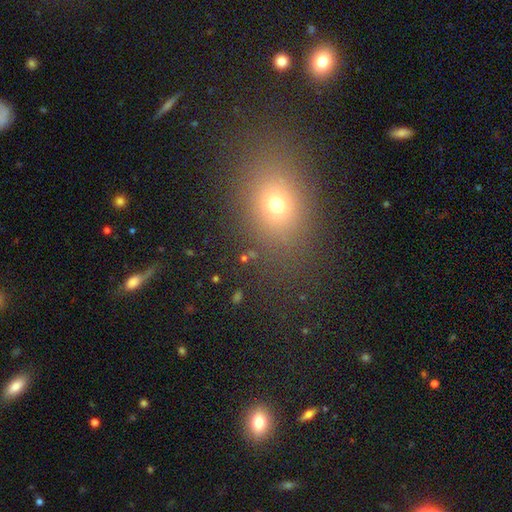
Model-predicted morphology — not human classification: type=smooth (64%); roundness=in between (60%); merging=none (83%).